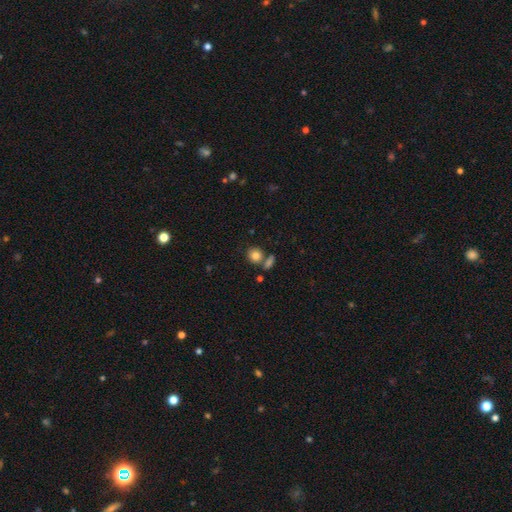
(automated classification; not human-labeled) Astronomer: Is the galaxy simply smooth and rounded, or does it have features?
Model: smooth — 83%.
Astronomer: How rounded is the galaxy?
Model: round — 82%.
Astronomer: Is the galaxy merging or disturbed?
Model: none — 64%.